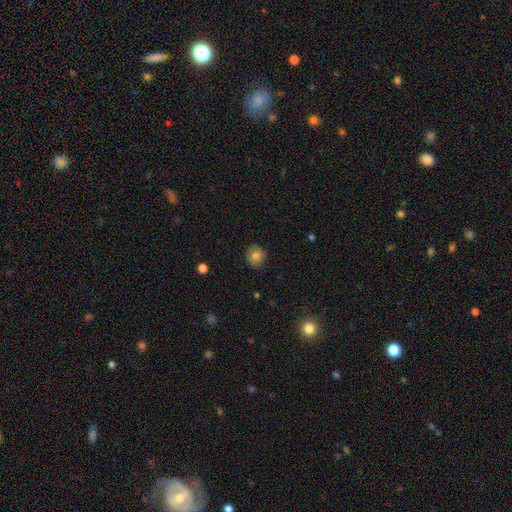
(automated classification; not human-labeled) Smooth or featured: smooth — 77% (featured or disk — 13%)
How rounded: round — 85% (in between — 14%)
Merging: none — 84% (minor disturbance — 12%)